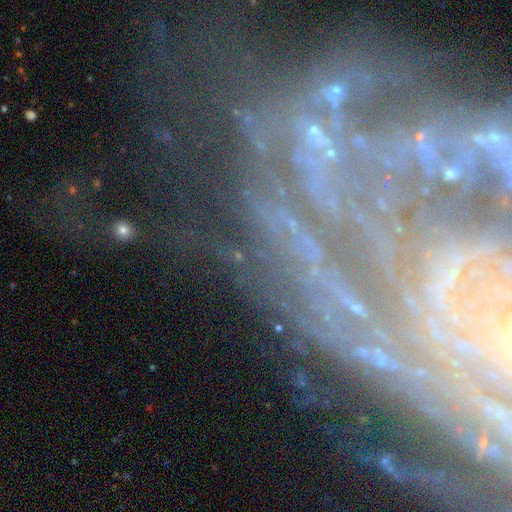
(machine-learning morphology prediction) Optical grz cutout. It shows a featured or disk galaxy (71%) with no bar (49%), tight (74%) spiral arms (91%) and a small central bulge (59%). Merging: none (65%).